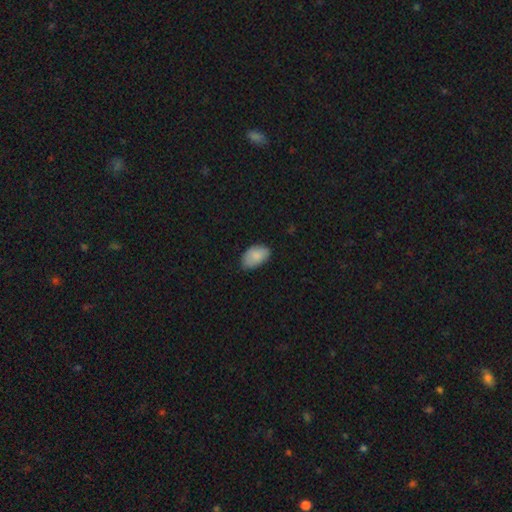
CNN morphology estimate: Smooth or featured? smooth (86%)
How rounded? in between (93%)
Merging? none (69%)